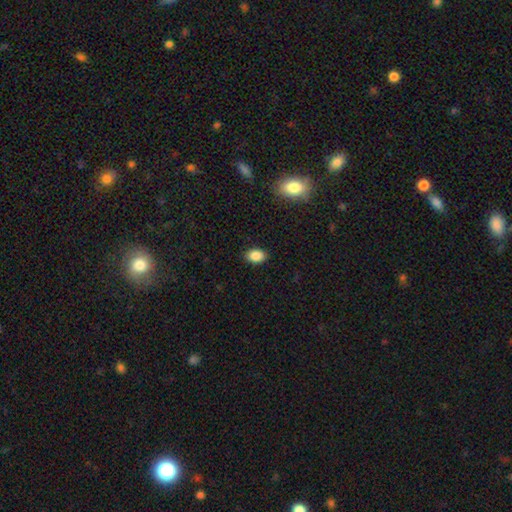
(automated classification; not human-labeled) This is clearly a smooth galaxy (86%). How rounded: clearly in between (82%). Merging: clearly none (89%).